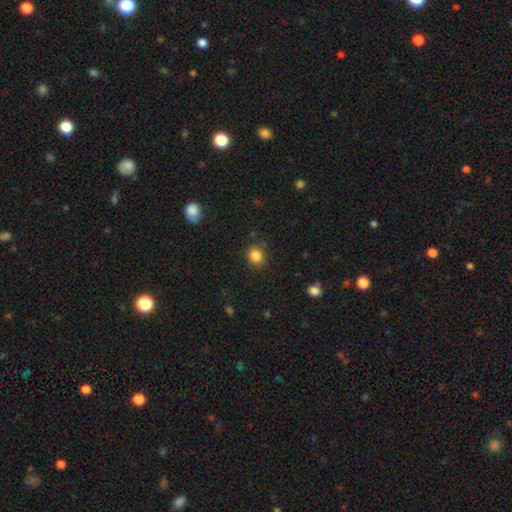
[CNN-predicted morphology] A smooth galaxy with no disk features (85%) that is round (75%). Merging: none (83%).